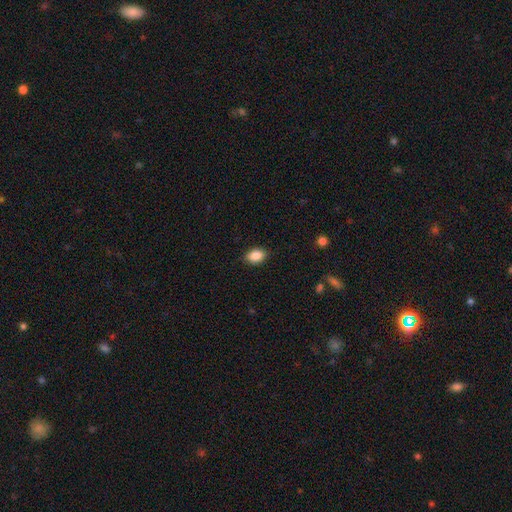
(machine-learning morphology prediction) Smooth or featured? Predicted: smooth (p=0.88). How rounded? Predicted: in between (p=0.83). Merging? Predicted: none (p=0.88).